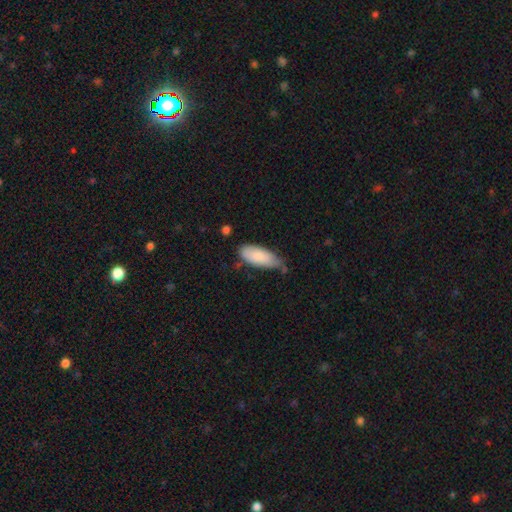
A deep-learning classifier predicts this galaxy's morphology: The model was most divided on "merging": none: 52%, minor disturbance: 37%, major disturbance: 6%, merger: 5%. More confident: how rounded — in between (83%); smooth or featured — smooth (82%).